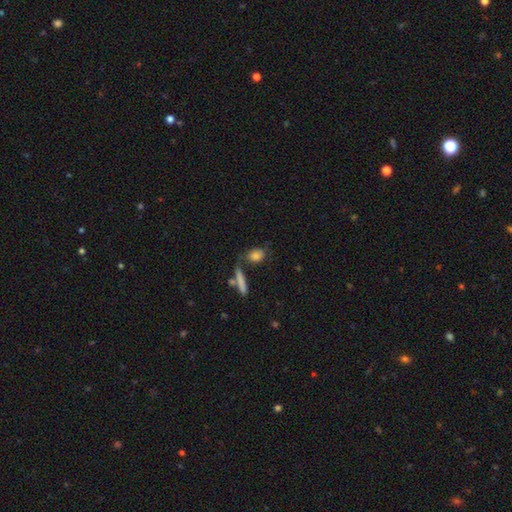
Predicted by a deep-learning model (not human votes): smooth_or_featured: smooth (p=0.81) [alt: featured or disk p=0.11]
how_rounded: in between (p=0.65) [alt: round p=0.20]
merging: none (p=0.63) [alt: minor disturbance p=0.17]